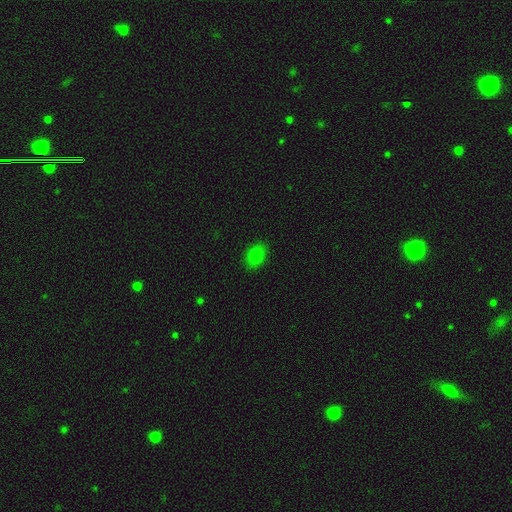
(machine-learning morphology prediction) Q: Smooth or featured?
A: smooth (78%); runner-up: star or artifact (13%)
Q: How rounded?
A: in between (68%); runner-up: round (30%)
Q: Merging?
A: none (86%); runner-up: minor disturbance (10%)